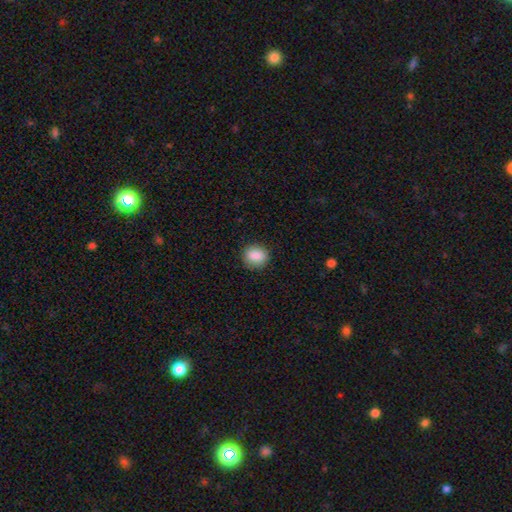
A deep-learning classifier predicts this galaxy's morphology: A smooth galaxy with no disk features (88%) that is round (74%). Merging: none (87%).